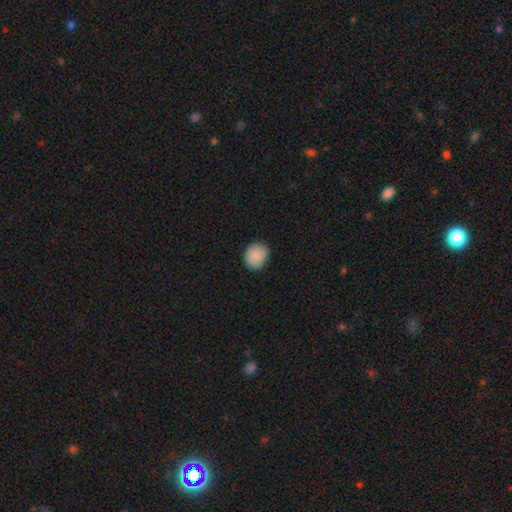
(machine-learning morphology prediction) This is clearly a smooth galaxy (89%). How rounded: likely round (75%). Merging: clearly none (84%).